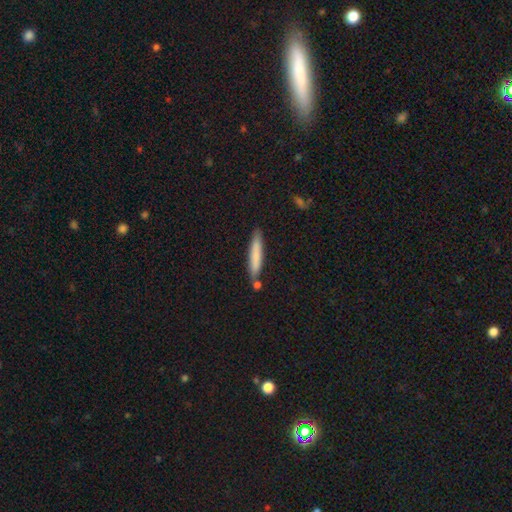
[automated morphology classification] type=smooth (76%); roundness=cigar-shaped (93%); merging=none (77%).